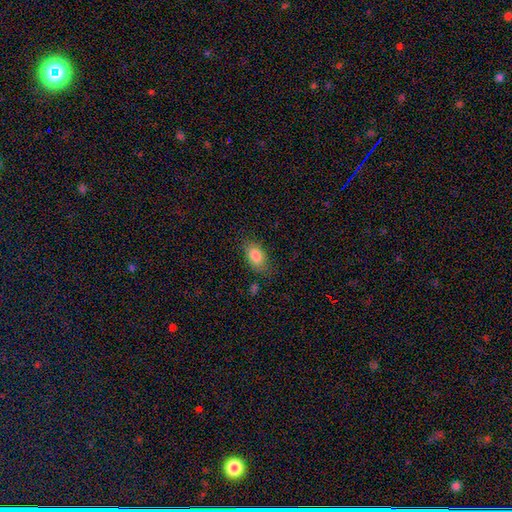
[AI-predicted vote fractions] Morphology: type=smooth (84%); roundness=in between (88%); merging=none (74%).